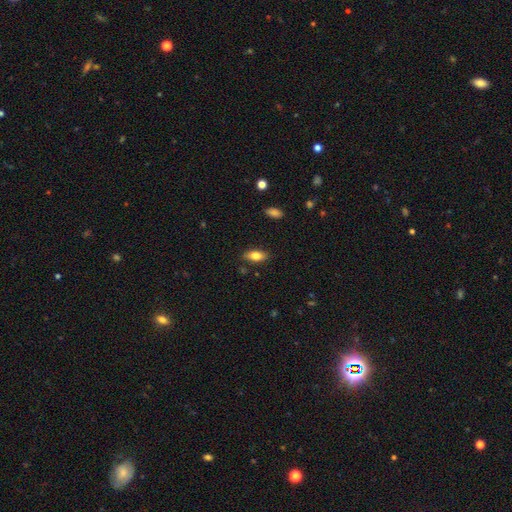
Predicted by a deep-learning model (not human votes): This is likely a smooth galaxy (75%). How rounded: clearly in between (85%). Merging: clearly none (85%).